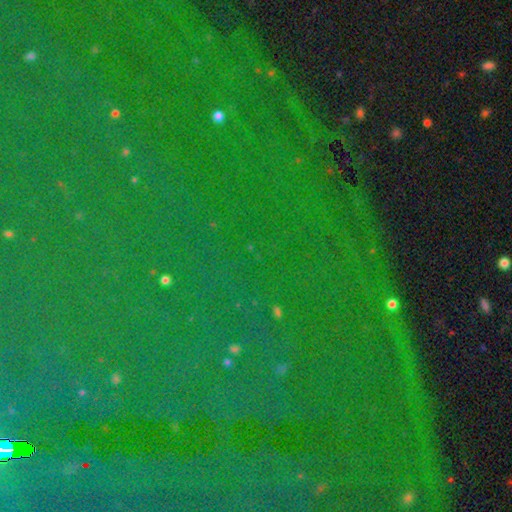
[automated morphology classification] Overall: star or artifact (83%).